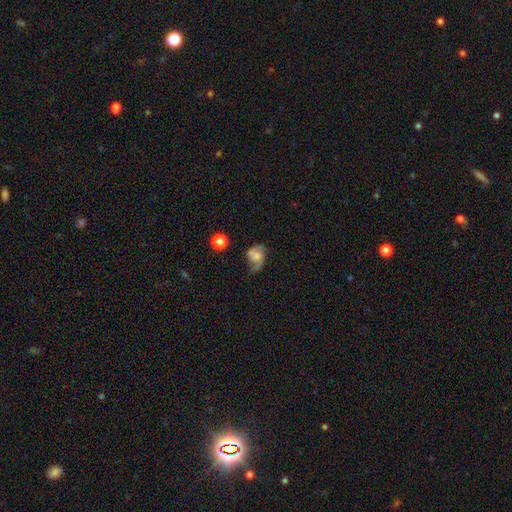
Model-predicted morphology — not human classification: This is likely a featured or disk galaxy (67%). It is clearly not viewed edge-on (97%). Bar: likely no (64%). Spiral arm pattern: clearly yes (93%). Spiral arm count: clearly 2 (87%). Spiral winding: marginally medium (44%). Central bulge: marginally small (39%). Merging: possibly none (59%).